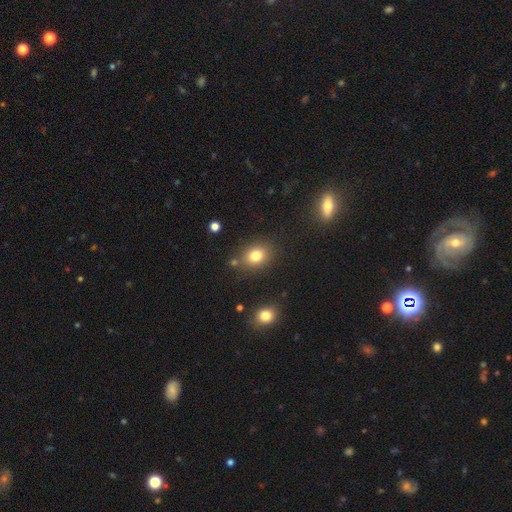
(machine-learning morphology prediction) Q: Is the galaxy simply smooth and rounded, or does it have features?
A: smooth — 79%.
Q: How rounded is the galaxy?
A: in between — 50%.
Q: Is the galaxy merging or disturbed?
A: none — 78%.